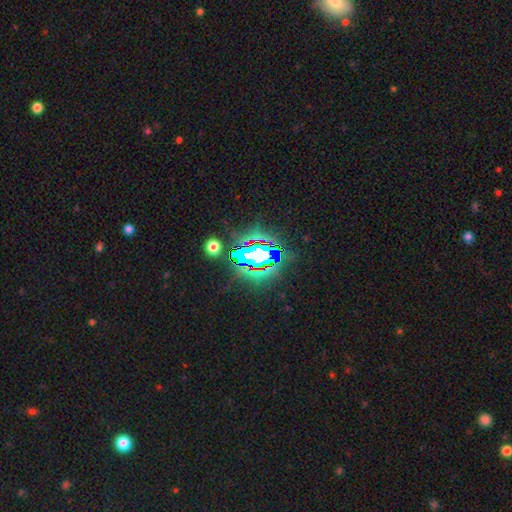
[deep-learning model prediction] A star or artifact, not a galaxy (69%).